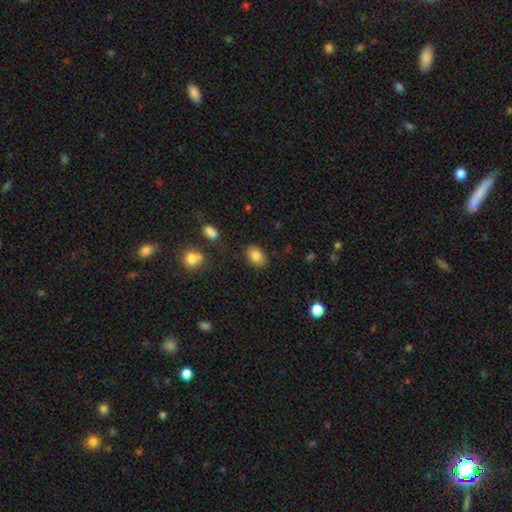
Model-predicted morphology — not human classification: smooth_or_featured: smooth (p=0.83) [alt: star or artifact p=0.09]
how_rounded: in between (p=0.80) [alt: round p=0.19]
merging: none (p=0.83) [alt: minor disturbance p=0.12]